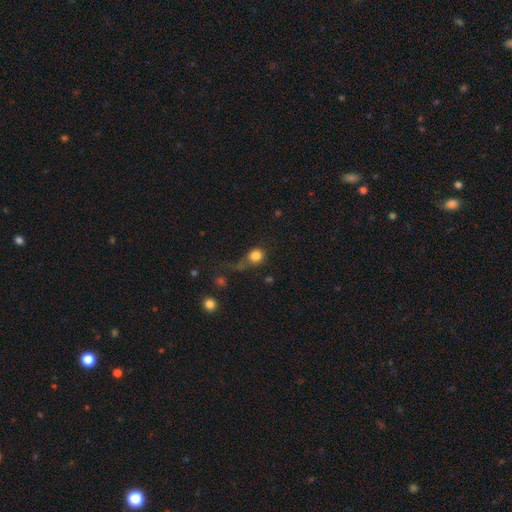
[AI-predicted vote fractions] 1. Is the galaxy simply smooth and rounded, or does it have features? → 82% smooth, 11% star or artifact, 7% featured or disk.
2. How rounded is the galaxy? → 83% round, 16% in between, 1% cigar-shaped.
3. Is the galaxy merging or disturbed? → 46% none, 23% major disturbance, 20% minor disturbance, 11% merger.